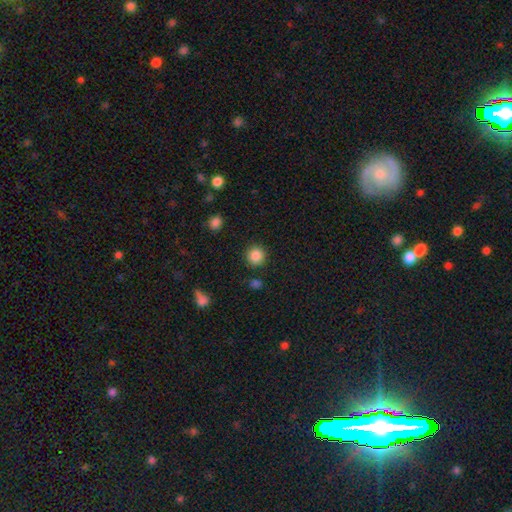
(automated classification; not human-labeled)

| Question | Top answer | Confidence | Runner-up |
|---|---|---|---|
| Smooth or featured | smooth | 86% | star or artifact (10%) |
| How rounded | round | 93% | in between (6%) |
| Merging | none | 89% | minor disturbance (6%) |